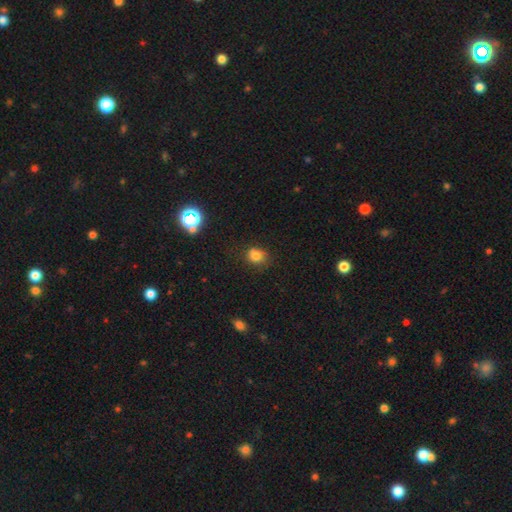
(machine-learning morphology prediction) Overall: smooth (77%). How rounded: round (63%; in between 36%). Merging: none (66%).